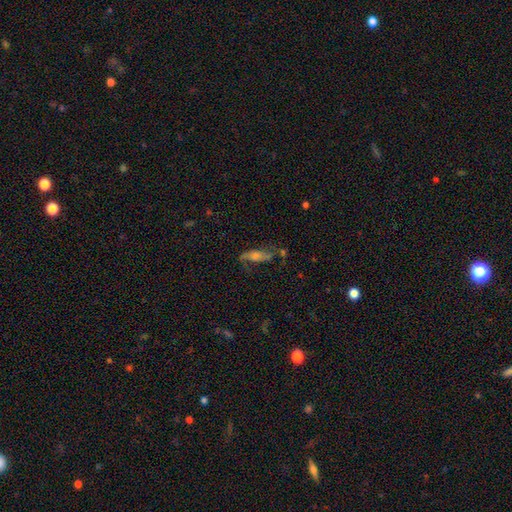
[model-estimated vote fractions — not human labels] This is possibly a featured or disk galaxy (58%). It is likely not viewed edge-on (73%). Merging: possibly none (56%).